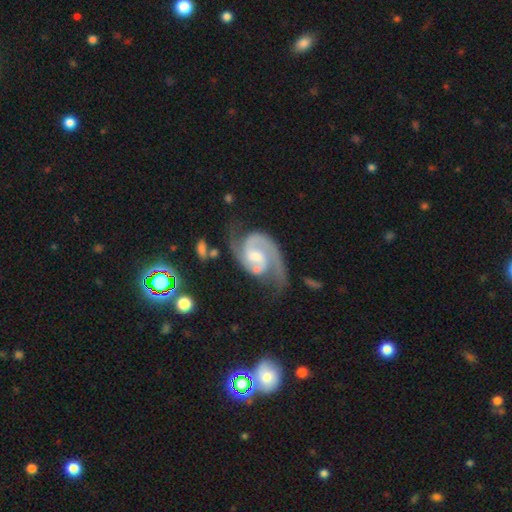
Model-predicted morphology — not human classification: A featured or disk galaxy (91%) with a weak bar (50%), 2 (89%) medium (55%) spiral arms (98%) and a moderate central bulge (47%). Merging: none (60%).